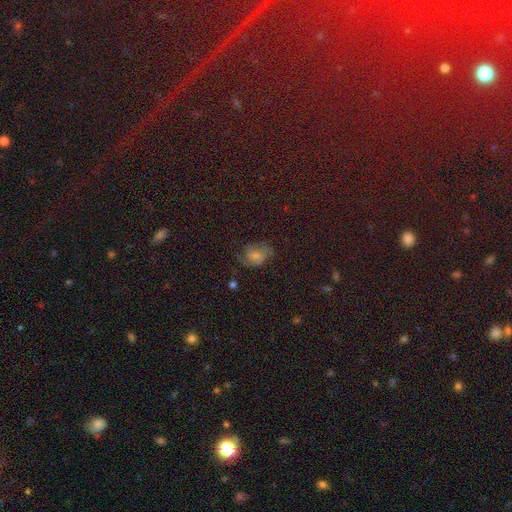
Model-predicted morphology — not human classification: This is marginally a featured or disk galaxy (43%). Merging: possibly none (57%).